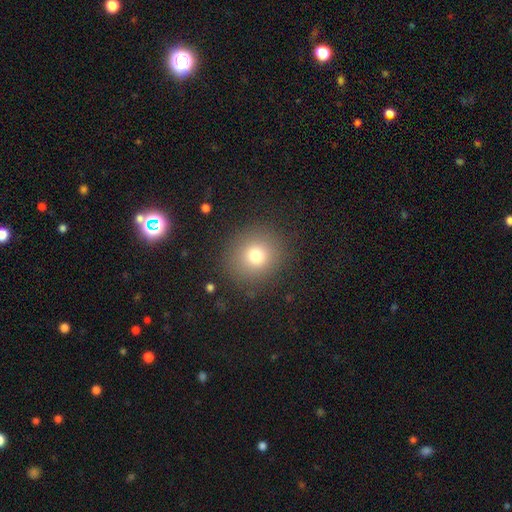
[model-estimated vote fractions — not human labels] Smooth or featured: smooth — 75% (star or artifact — 15%)
How rounded: round — 90% (in between — 9%)
Merging: none — 88% (minor disturbance — 7%)